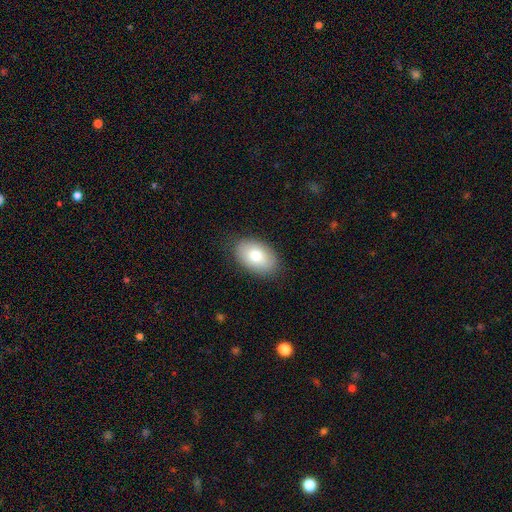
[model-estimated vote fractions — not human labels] A smooth galaxy with no disk features (77%) that is in between round and cigar-shaped (89%). Merging: none (85%).